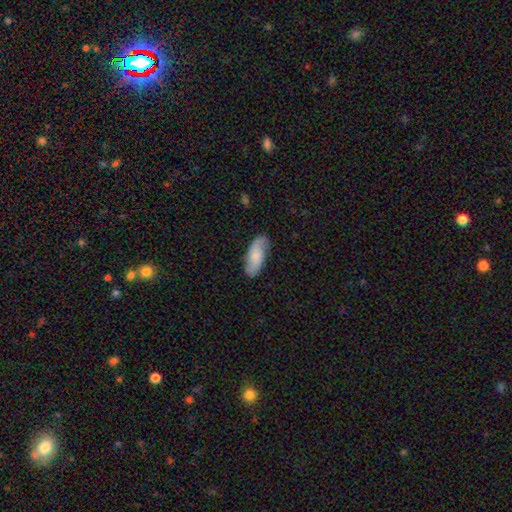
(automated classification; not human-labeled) Smooth or featured: smooth — 52% (featured or disk — 41%)
How rounded: in between — 77% (cigar-shaped — 21%)
Merging: none — 79% (minor disturbance — 16%)